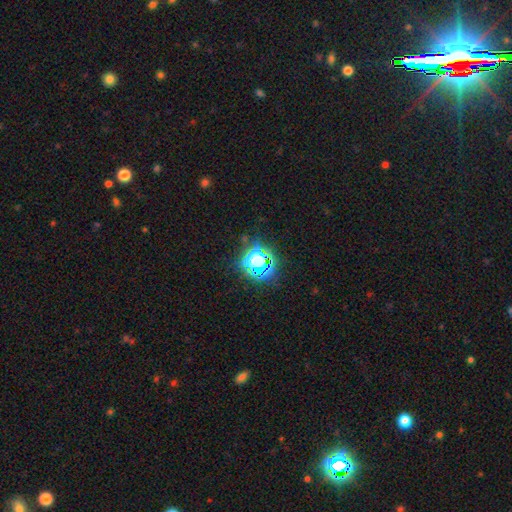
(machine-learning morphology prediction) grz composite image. It shows a star or artifact, not a galaxy (73%).